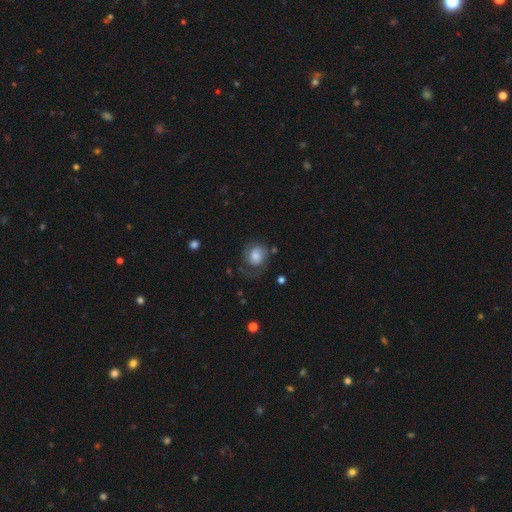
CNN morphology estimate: Smooth or featured? Predicted: smooth (p=0.51). How rounded? Predicted: round (p=0.72). Merging? Predicted: none (p=0.52).